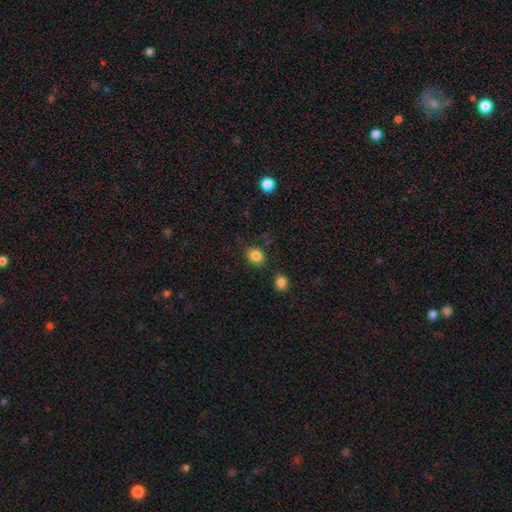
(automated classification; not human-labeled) This is clearly a smooth galaxy (84%). How rounded: likely round (62%). Merging: clearly none (81%).